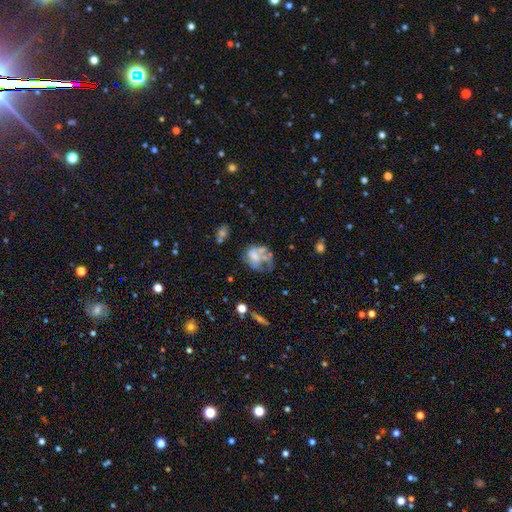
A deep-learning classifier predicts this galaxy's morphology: Overall: featured or disk (51%; smooth 37%). Edge-on disk: no (98%). Merging: major disturbance (34%; none 26%).